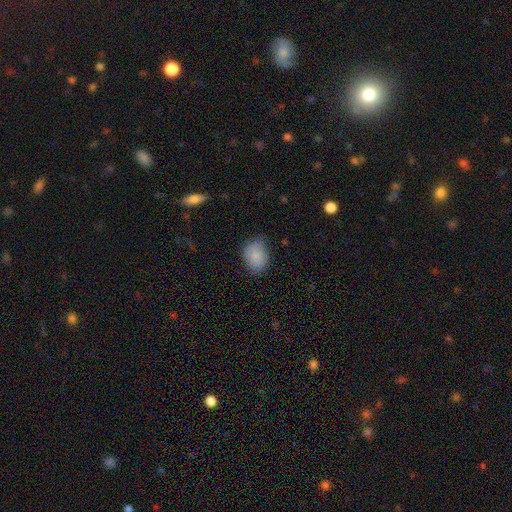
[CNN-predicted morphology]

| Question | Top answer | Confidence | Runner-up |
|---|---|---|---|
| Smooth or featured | smooth | 84% | featured or disk (8%) |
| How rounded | in between | 63% | round (36%) |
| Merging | none | 70% | minor disturbance (24%) |